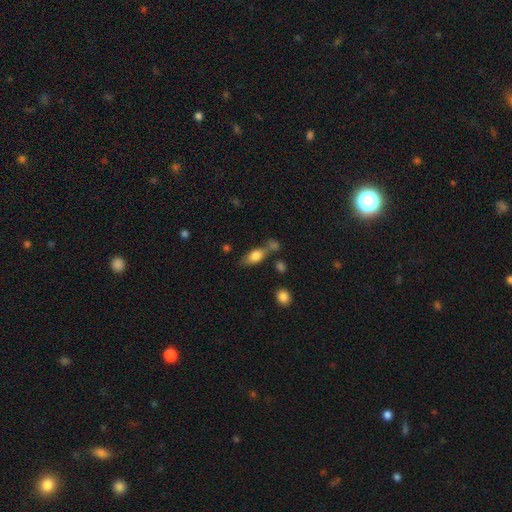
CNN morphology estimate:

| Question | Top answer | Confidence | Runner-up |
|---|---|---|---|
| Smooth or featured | smooth | 77% | featured or disk (15%) |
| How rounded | in between | 83% | cigar-shaped (11%) |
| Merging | none | 52% | merger (24%) |